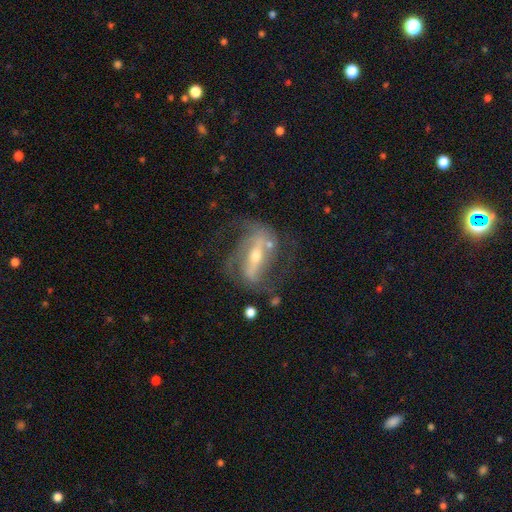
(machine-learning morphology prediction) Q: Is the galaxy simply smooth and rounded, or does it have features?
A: featured or disk — 85%.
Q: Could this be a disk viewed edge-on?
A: no — 88%.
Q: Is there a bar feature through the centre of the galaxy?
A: strong — 69%.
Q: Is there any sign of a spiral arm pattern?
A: yes — 89%.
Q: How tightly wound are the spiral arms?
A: medium — 46%.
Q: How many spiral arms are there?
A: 2 — 76%.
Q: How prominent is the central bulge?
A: moderate — 51%.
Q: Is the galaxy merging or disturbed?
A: none — 56%.